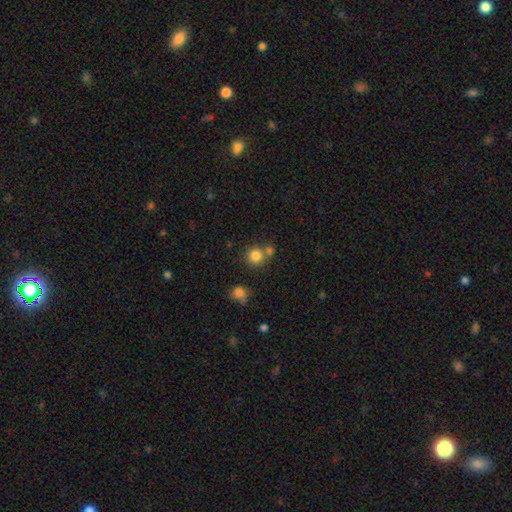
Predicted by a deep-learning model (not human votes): Smooth or featured? smooth (83%)
How rounded? round (90%)
Merging? none (62%)